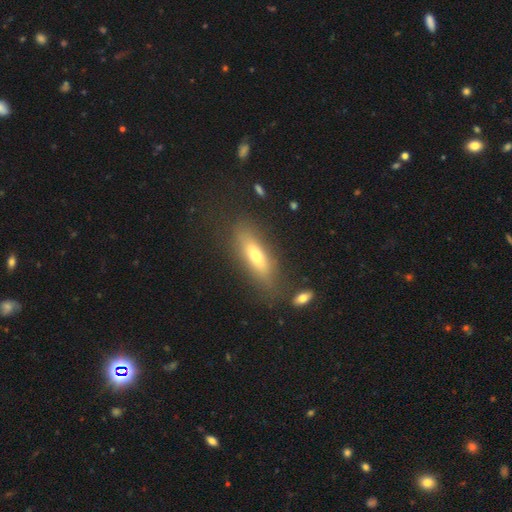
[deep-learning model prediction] Overall: smooth (55%; featured or disk 36%). How rounded: cigar-shaped (56%; in between 42%). Merging: none (78%).